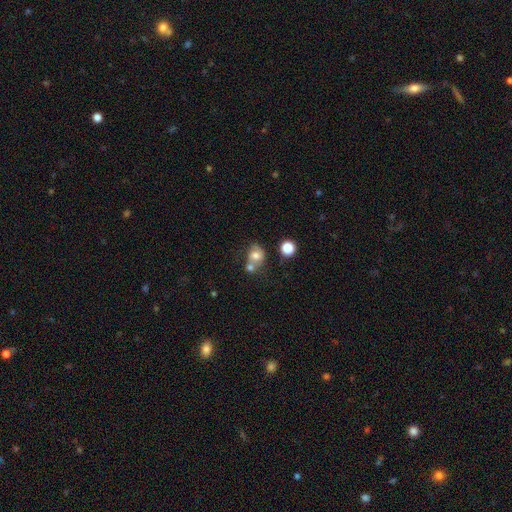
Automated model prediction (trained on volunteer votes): Smooth or featured: smooth — 69% (featured or disk — 19%)
How rounded: round — 66% (in between — 32%)
Merging: none — 41% (merger — 39%)